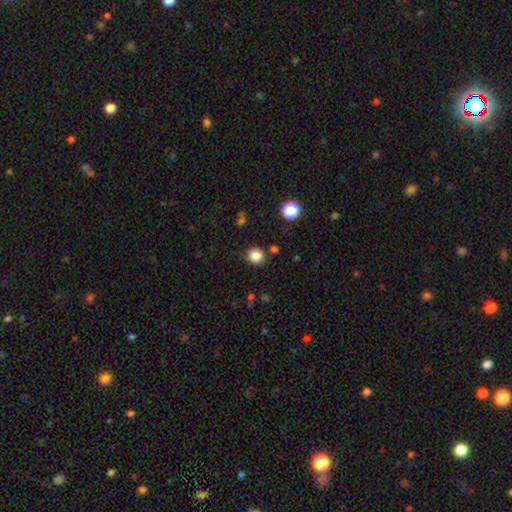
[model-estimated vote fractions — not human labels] Smooth or featured? Predicted: smooth (p=0.84). How rounded? Predicted: round (p=0.88). Merging? Predicted: none (p=0.84).